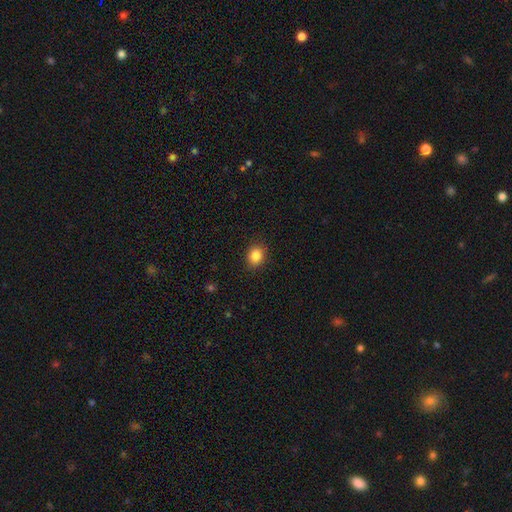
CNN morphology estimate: A smooth galaxy with no disk features (85%) that is round (69%).

Vote fractions:
- Smooth or featured? smooth: 85% / star or artifact: 10% / featured or disk: 5%
- How rounded? round: 69% / in between: 30% / cigar-shaped: 1%
- Merging? none: 90% / minor disturbance: 7% / major disturbance: 2% / merger: 1%